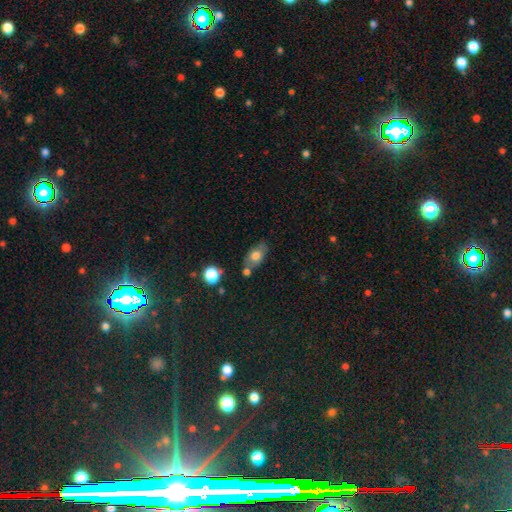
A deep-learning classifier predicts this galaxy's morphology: Smooth or featured? Predicted: smooth (p=0.71). How rounded? Predicted: in between (p=0.81). Merging? Predicted: none (p=0.62).